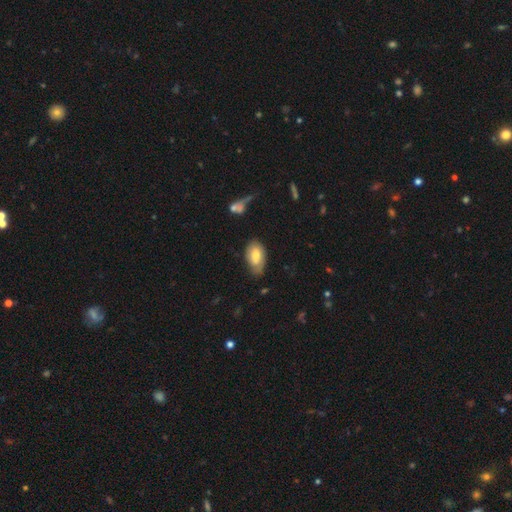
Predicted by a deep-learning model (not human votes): smooth-or-featured: smooth: 66% | featured or disk: 28% | star or artifact: 7%
  how-rounded: in between: 93% | round: 5% | cigar-shaped: 2%
  merging: none: 62% | minor disturbance: 29% | major disturbance: 7% | merger: 3%